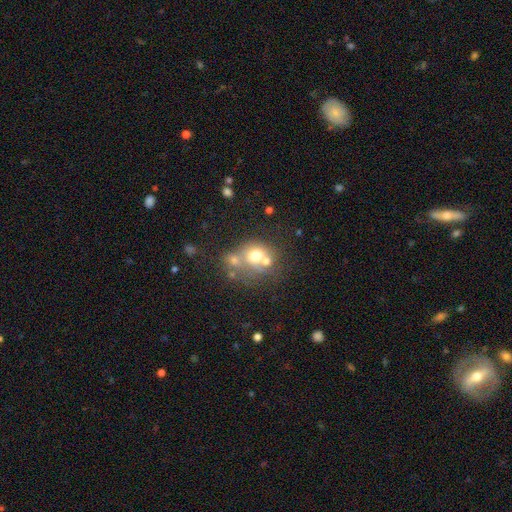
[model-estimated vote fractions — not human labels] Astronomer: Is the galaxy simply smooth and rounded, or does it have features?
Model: smooth — 62%.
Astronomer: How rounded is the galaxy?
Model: round — 72%.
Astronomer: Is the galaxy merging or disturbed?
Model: merger — 47% (runner-up: none, 35%).